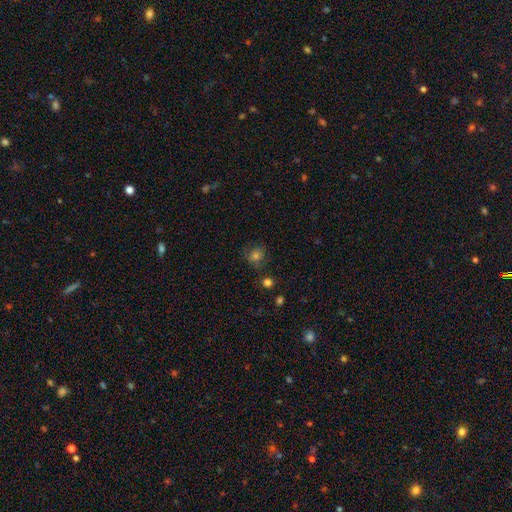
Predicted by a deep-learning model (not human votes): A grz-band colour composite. It shows a smooth galaxy with no disk features (68%) that is round (82%). Merging: none (75%).